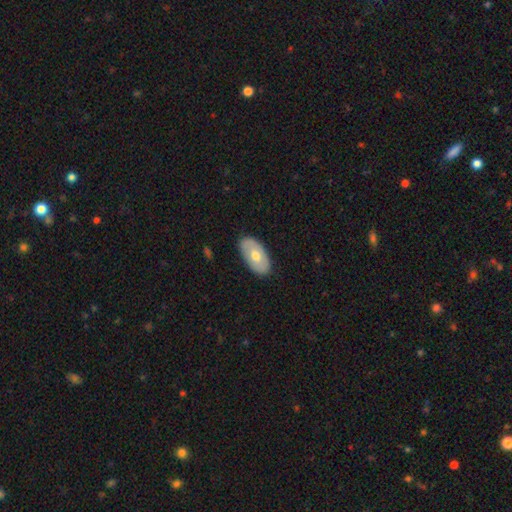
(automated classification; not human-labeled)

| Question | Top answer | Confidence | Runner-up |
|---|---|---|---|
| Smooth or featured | smooth | 55% | featured or disk (40%) |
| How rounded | in between | 94% | round (4%) |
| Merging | none | 87% | minor disturbance (10%) |